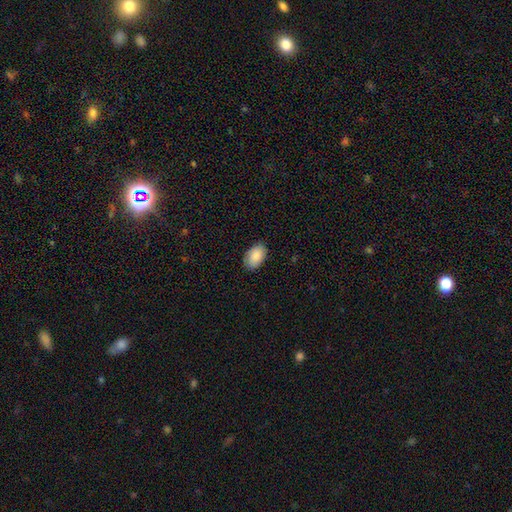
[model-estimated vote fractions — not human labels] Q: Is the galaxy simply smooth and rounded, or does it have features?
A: smooth — 89%.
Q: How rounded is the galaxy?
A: in between — 93%.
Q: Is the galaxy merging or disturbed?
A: none — 85%.